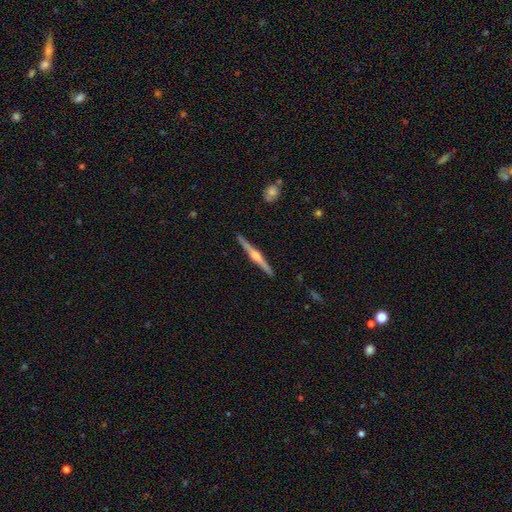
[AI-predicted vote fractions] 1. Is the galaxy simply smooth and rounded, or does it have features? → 81% featured or disk, 15% smooth, 5% star or artifact.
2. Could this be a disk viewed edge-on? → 99% yes, 1% no.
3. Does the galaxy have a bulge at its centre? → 88% rounded, 8% boxy, 4% none.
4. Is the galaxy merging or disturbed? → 92% none, 5% minor disturbance, 1% major disturbance, 1% merger.